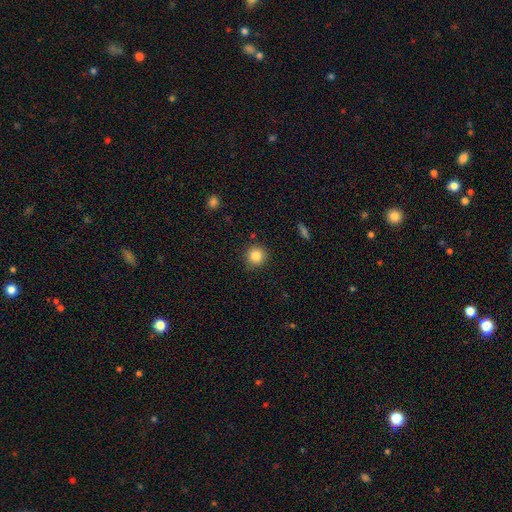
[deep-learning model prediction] smooth_or_featured: smooth (p=0.84) [alt: star or artifact p=0.10]
how_rounded: round (p=0.94) [alt: in between p=0.05]
merging: none (p=0.89) [alt: minor disturbance p=0.07]